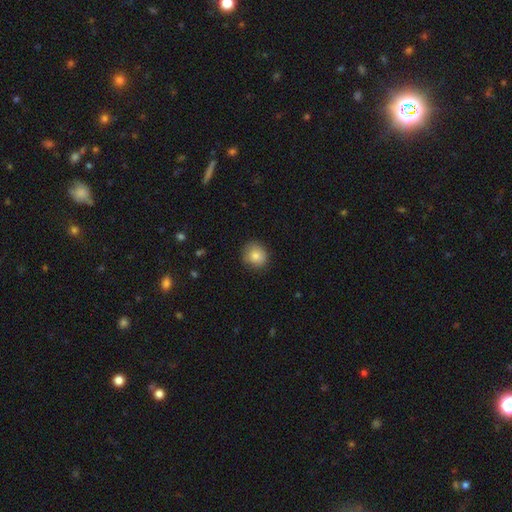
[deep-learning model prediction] A smooth galaxy with no disk features (82%) that is round (80%).

Vote fractions:
- Smooth or featured? smooth: 82% / featured or disk: 9% / star or artifact: 9%
- How rounded? round: 80% / in between: 19% / cigar-shaped: 1%
- Merging? none: 81% / minor disturbance: 14% / major disturbance: 3% / merger: 1%